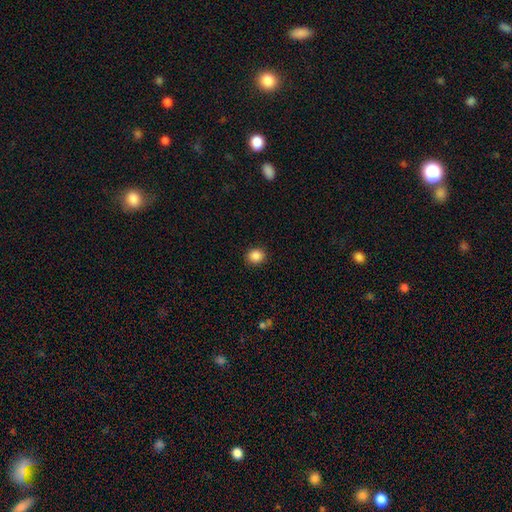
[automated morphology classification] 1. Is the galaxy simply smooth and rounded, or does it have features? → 87% smooth, 10% star or artifact, 3% featured or disk.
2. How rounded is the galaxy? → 79% round, 20% in between, 1% cigar-shaped.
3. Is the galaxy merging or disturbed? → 90% none, 7% minor disturbance, 2% major disturbance, 1% merger.